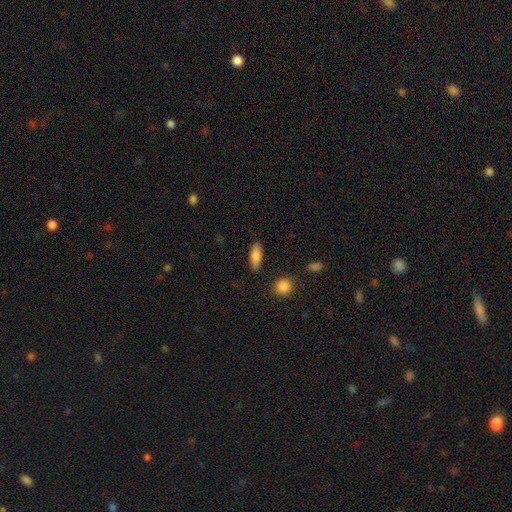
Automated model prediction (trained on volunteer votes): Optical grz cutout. It shows a smooth galaxy with no disk features (78%) that is in between round and cigar-shaped (65%). Merging: none (85%).